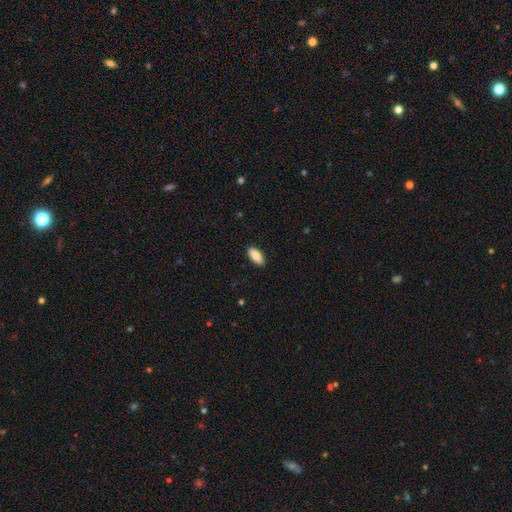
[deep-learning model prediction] Overall: smooth (86%). How rounded: in between (87%). Merging: none (89%).